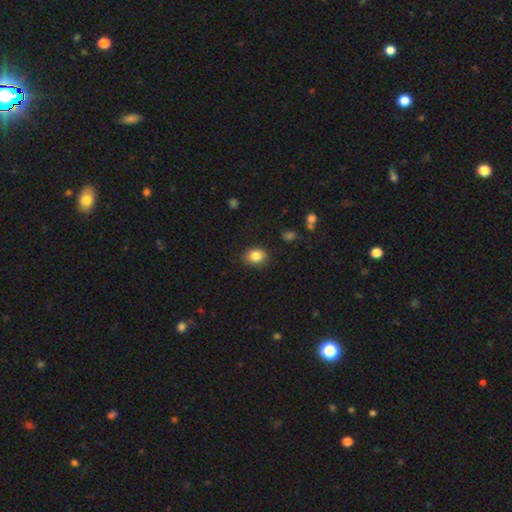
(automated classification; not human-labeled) This is clearly a smooth galaxy (85%). How rounded: possibly in between (58%). Merging: clearly none (86%).